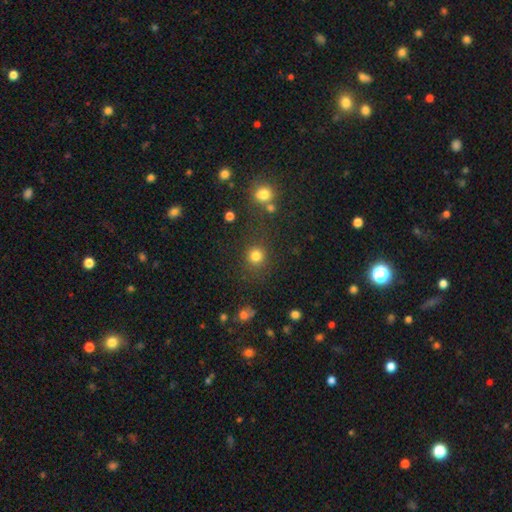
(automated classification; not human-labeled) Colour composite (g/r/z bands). It shows a smooth galaxy with no disk features (80%) that is round (92%). Merging: none (82%).